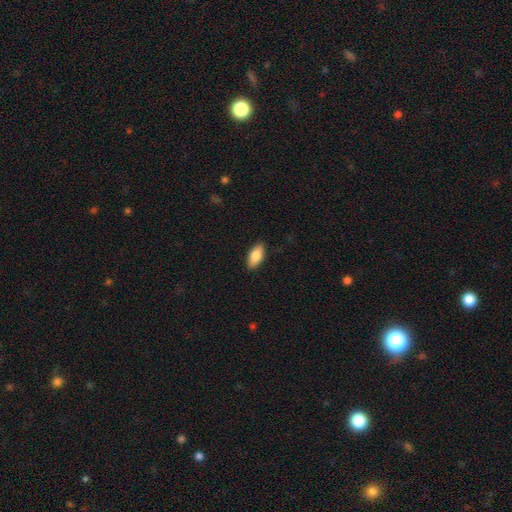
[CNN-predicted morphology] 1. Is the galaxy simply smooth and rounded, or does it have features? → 83% smooth, 11% featured or disk, 6% star or artifact.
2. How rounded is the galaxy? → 87% in between, 10% cigar-shaped, 2% round.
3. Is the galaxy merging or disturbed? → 89% none, 8% minor disturbance, 2% major disturbance, 1% merger.